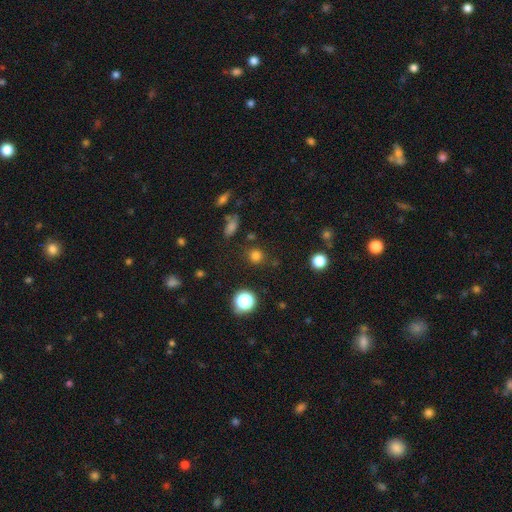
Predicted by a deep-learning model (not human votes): Smooth or featured?
  - smooth: 75% *
  - star or artifact: 19%
  - featured or disk: 5%
How rounded?
  - round: 90% *
  - in between: 9%
  - cigar-shaped: 1%
Merging?
  - none: 84% *
  - minor disturbance: 9%
  - merger: 4%
  - major disturbance: 3%